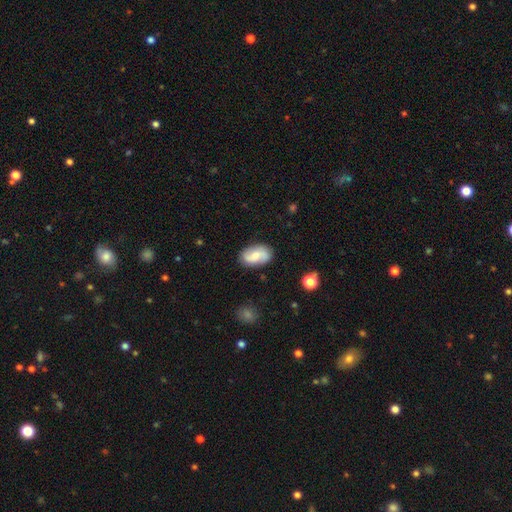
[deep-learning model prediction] This is possibly a featured or disk galaxy (50%). Merging: clearly none (82%).